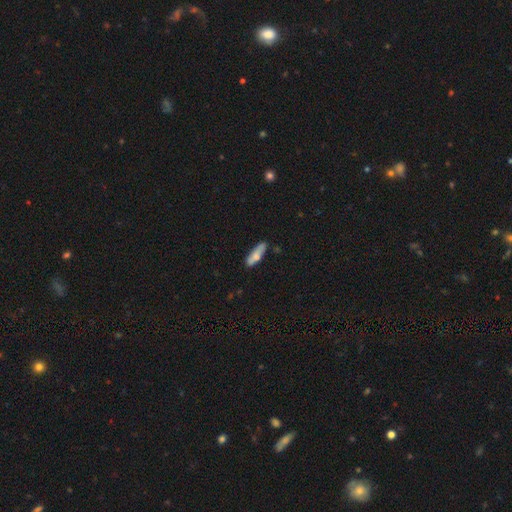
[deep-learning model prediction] The model was most divided on "how rounded": cigar-shaped: 63%, in between: 35%, round: 2%. More confident: merging — none (70%); smooth or featured — smooth (69%).